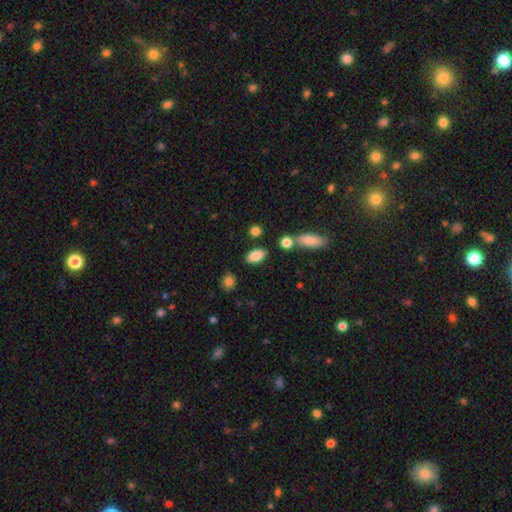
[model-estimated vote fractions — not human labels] Morphology: type=smooth (84%); roundness=in between (89%); merging=none (80%).